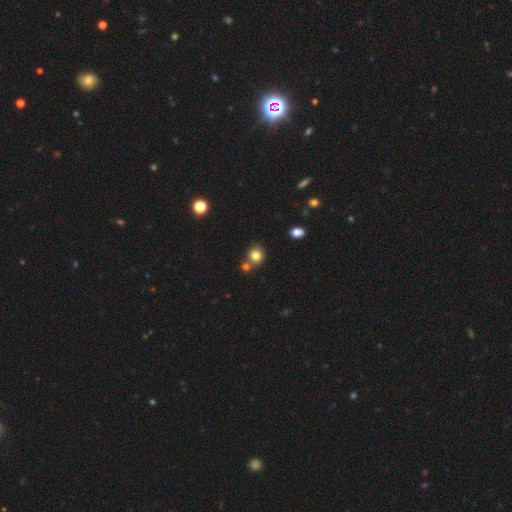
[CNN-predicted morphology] type=smooth (81%); roundness=round (82%); merging=none (65%).